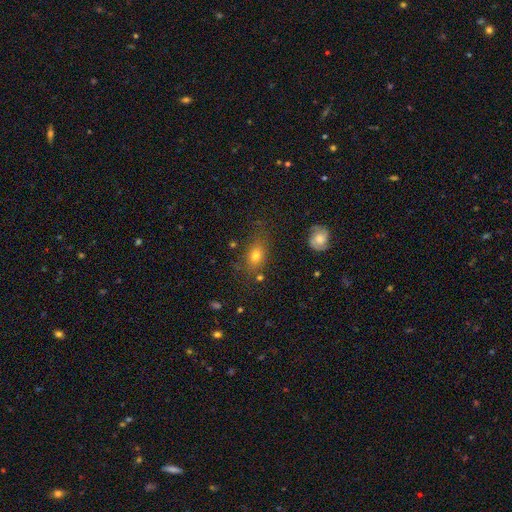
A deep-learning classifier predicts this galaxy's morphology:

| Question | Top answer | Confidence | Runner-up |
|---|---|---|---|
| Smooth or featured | smooth | 70% | featured or disk (16%) |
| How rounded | in between | 69% | round (25%) |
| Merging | none | 70% | minor disturbance (18%) |